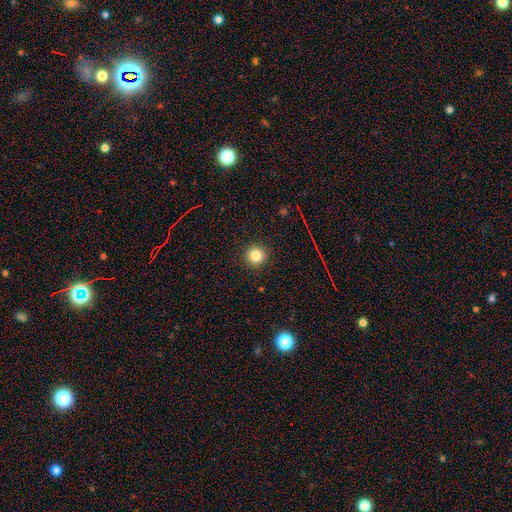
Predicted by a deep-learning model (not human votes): A smooth galaxy with no disk features (81%) that is round (95%).

Vote fractions:
- Smooth or featured? smooth: 81% / star or artifact: 13% / featured or disk: 6%
- How rounded? round: 95% / in between: 4% / cigar-shaped: 1%
- Merging? none: 92% / minor disturbance: 5% / major disturbance: 2% / merger: 1%